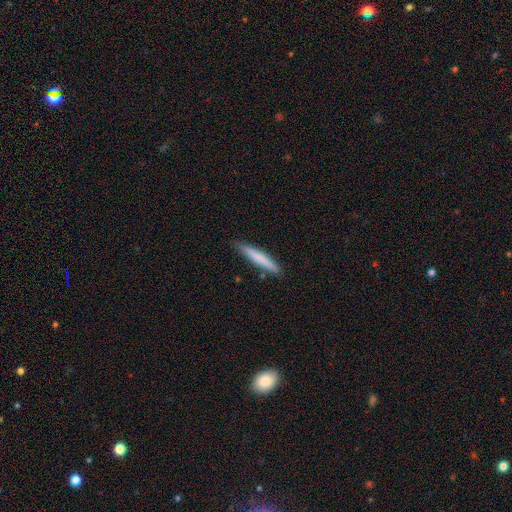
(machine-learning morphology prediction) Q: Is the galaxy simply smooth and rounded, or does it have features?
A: smooth — 73%.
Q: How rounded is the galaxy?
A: cigar-shaped — 95%.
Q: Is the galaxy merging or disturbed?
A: none — 89%.